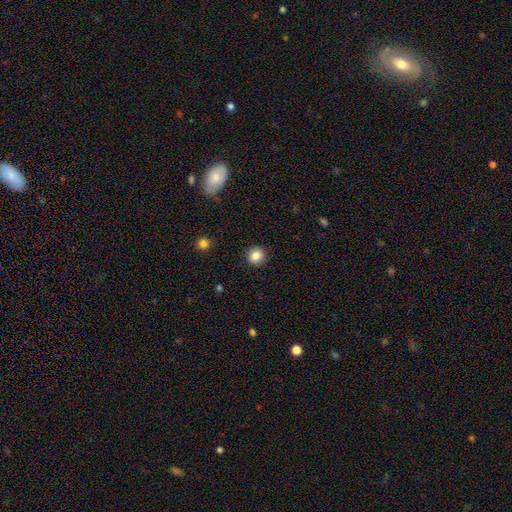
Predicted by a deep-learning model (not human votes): Morphology: type=smooth (85%); roundness=round (91%); merging=none (91%).